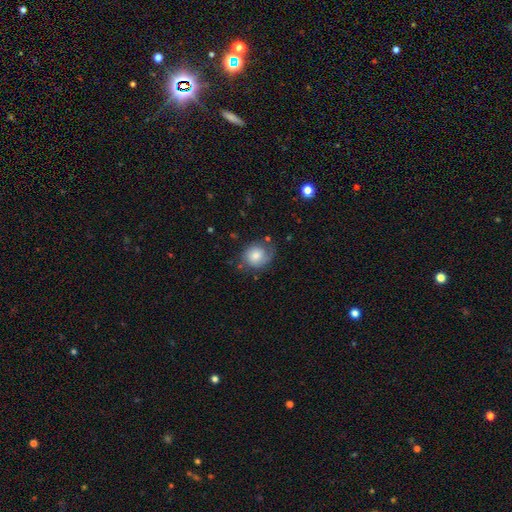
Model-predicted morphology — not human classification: Smooth or featured?
  - smooth: 66% *
  - featured or disk: 26%
  - star or artifact: 8%
How rounded?
  - round: 71% *
  - in between: 28%
  - cigar-shaped: 1%
Merging?
  - none: 61% *
  - minor disturbance: 25%
  - major disturbance: 11%
  - merger: 3%